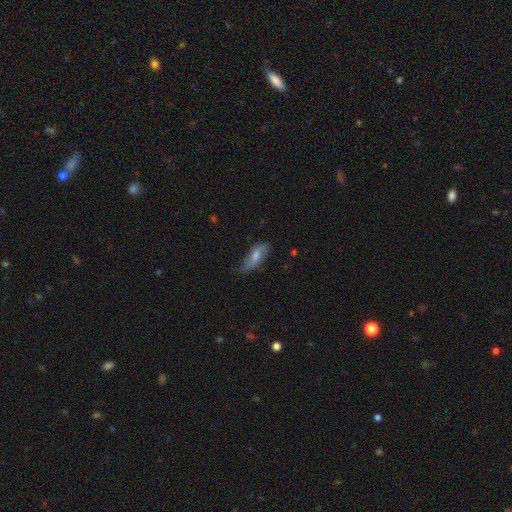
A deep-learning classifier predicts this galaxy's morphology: A smooth galaxy with no disk features (46%).

Vote fractions:
- Smooth or featured? smooth: 46% / featured or disk: 45% / star or artifact: 9%
- Merging? none: 68% / minor disturbance: 25% / major disturbance: 5% / merger: 2%